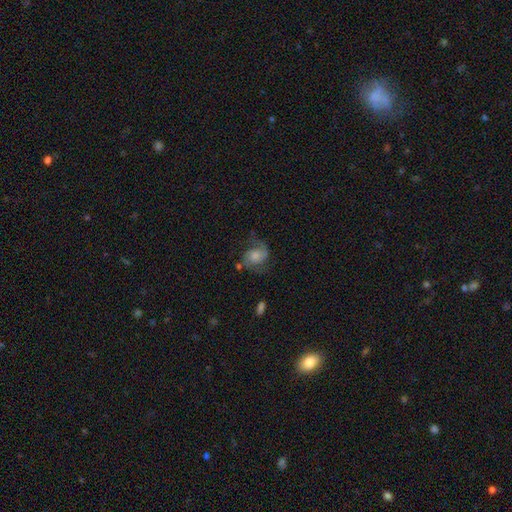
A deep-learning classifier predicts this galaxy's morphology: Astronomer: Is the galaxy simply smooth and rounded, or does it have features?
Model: featured or disk — 73%.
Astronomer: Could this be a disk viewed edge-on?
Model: no — 98%.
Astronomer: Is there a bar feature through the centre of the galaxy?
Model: no — 67%.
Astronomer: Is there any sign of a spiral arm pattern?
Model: yes — 94%.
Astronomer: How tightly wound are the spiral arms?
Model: medium — 48% (runner-up: loose, 33%).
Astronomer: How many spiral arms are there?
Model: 2 — 88%.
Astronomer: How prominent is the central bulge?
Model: moderate — 32% (runner-up: small, 24%).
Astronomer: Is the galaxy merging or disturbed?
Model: none — 63%.